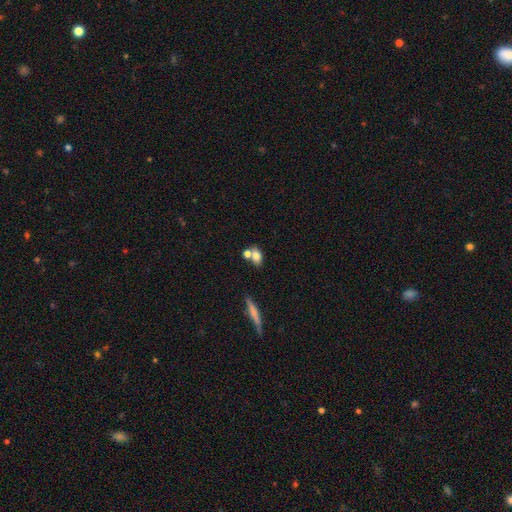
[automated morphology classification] A smooth galaxy with no disk features (73%) that is in between round and cigar-shaped (70%). Merging: none (46%).